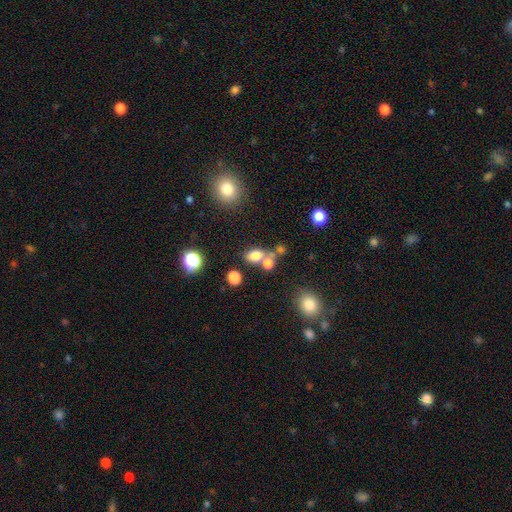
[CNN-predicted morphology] type=smooth (76%); roundness=in between (69%); merging=none (48%).